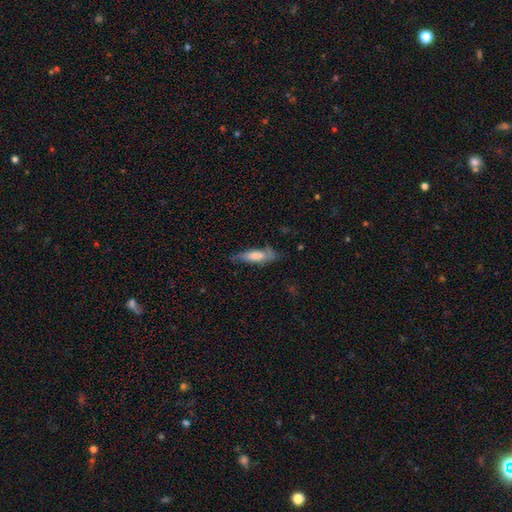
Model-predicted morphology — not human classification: Smooth or featured? Predicted: smooth (p=0.58). How rounded? Predicted: cigar-shaped (p=0.59). Merging? Predicted: none (p=0.61).